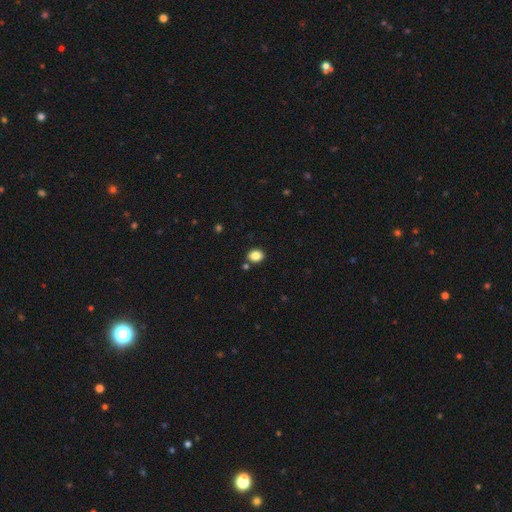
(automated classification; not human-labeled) Smooth or featured? Predicted: smooth (p=0.86). How rounded? Predicted: in between (p=0.51). Merging? Predicted: none (p=0.83).